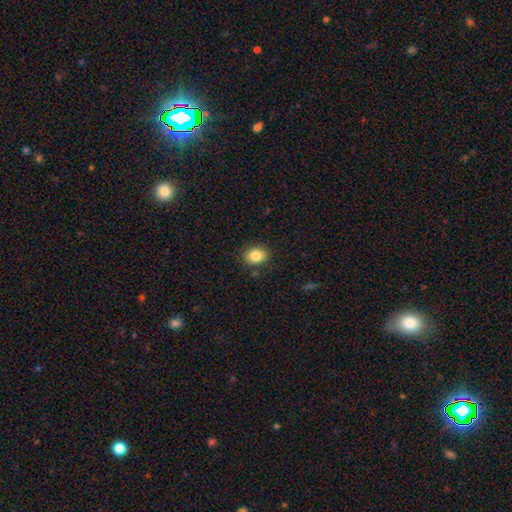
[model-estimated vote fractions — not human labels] A smooth galaxy with no disk features (85%) that is in between round and cigar-shaped (56%). Merging: none (86%).